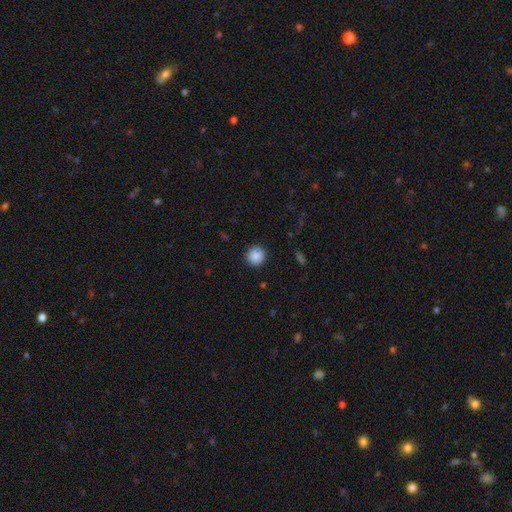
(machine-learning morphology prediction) Smooth or featured? smooth (88%)
How rounded? round (94%)
Merging? none (90%)